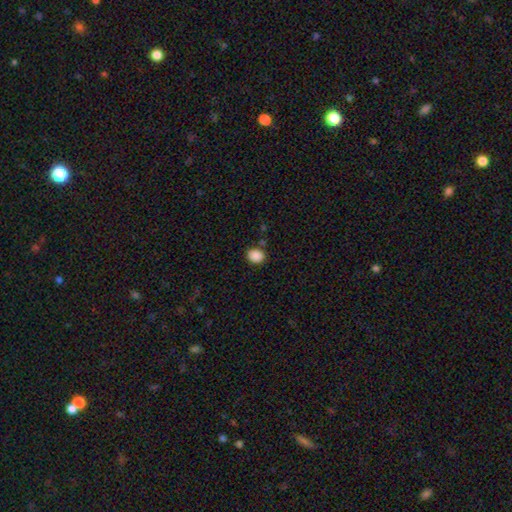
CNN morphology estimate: Smooth or featured? Predicted: smooth (p=0.88). How rounded? Predicted: round (p=0.60). Merging? Predicted: none (p=0.83).